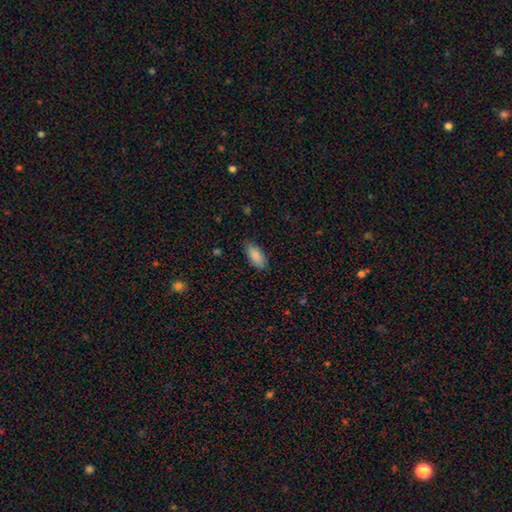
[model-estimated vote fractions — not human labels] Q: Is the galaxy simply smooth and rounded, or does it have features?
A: smooth — 88%.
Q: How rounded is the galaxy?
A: in between — 84%.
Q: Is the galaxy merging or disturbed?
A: none — 85%.